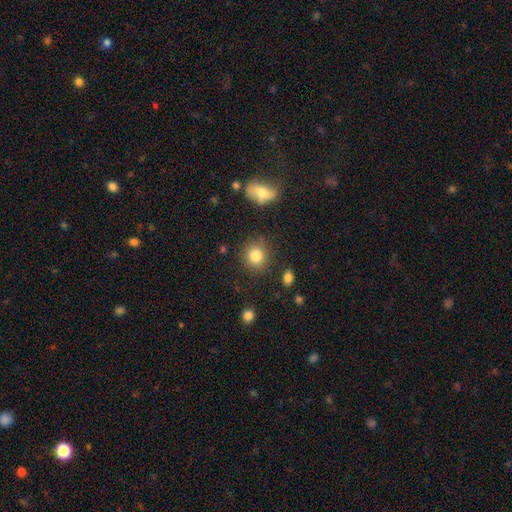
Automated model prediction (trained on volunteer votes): smooth-or-featured: smooth: 84% | star or artifact: 10% | featured or disk: 6%
  how-rounded: round: 83% | in between: 16% | cigar-shaped: 1%
  merging: none: 83% | minor disturbance: 10% | major disturbance: 3% | merger: 3%